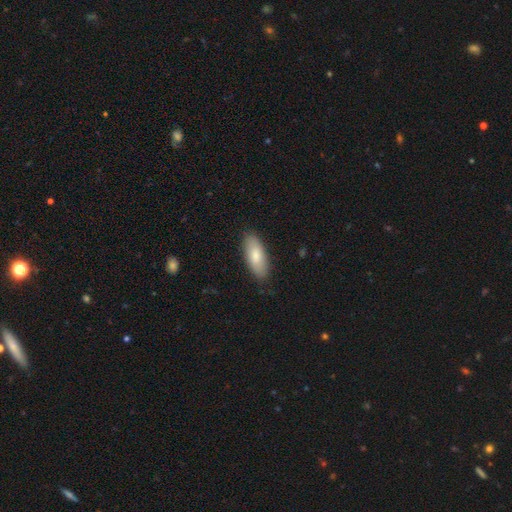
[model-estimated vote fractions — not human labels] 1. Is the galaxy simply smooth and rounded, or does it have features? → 81% smooth, 14% featured or disk, 5% star or artifact.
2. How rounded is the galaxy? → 82% in between, 16% cigar-shaped, 2% round.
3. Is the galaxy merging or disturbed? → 87% none, 10% minor disturbance, 2% major disturbance, 1% merger.